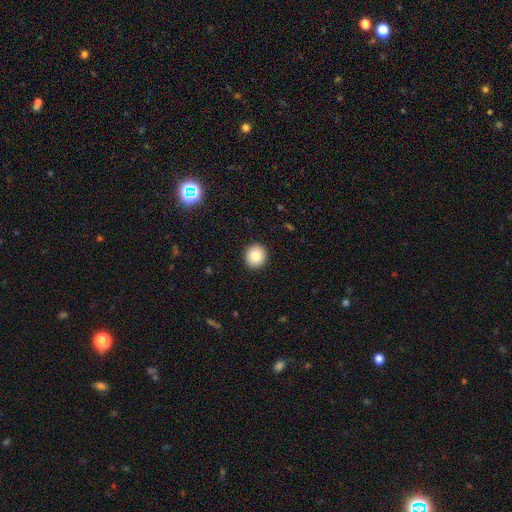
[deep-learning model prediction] Smooth or featured? smooth (82%)
How rounded? round (90%)
Merging? none (92%)